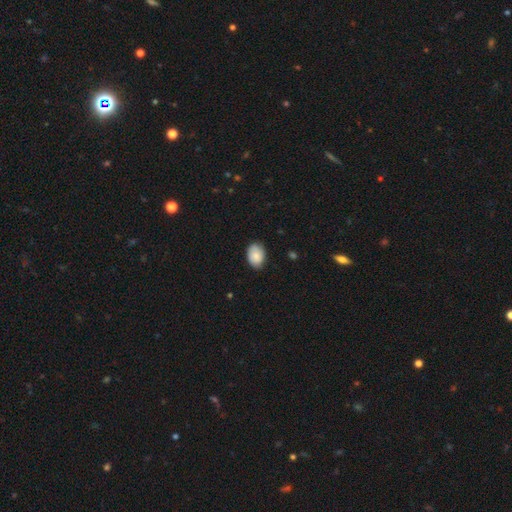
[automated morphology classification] Smooth or featured? Predicted: smooth (p=0.84). How rounded? Predicted: in between (p=0.77). Merging? Predicted: none (p=0.80).